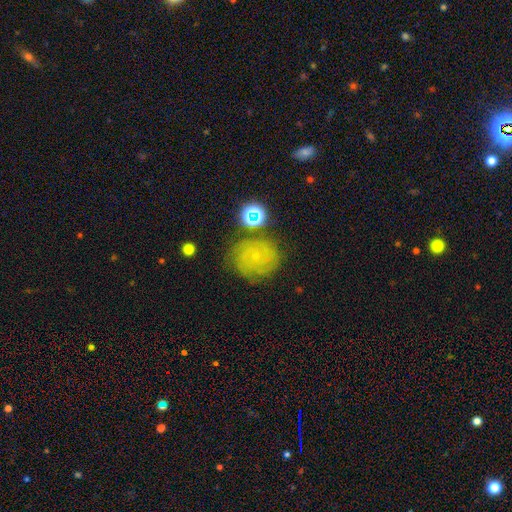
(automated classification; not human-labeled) Smooth or featured? Predicted: featured or disk (p=0.39). Merging? Predicted: none (p=0.72).